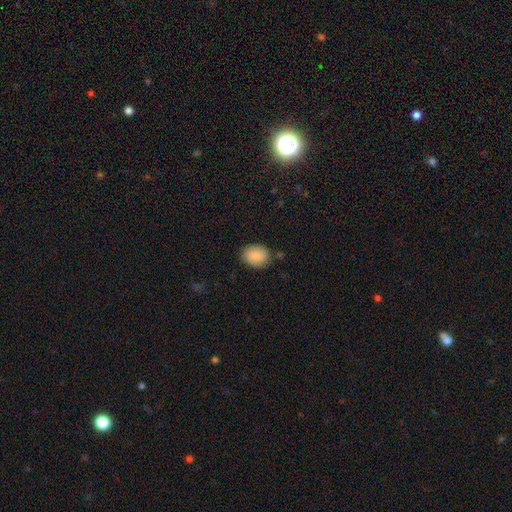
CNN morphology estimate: Smooth or featured: smooth — 83% (featured or disk — 10%)
How rounded: in between — 53% (round — 46%)
Merging: none — 82% (minor disturbance — 13%)